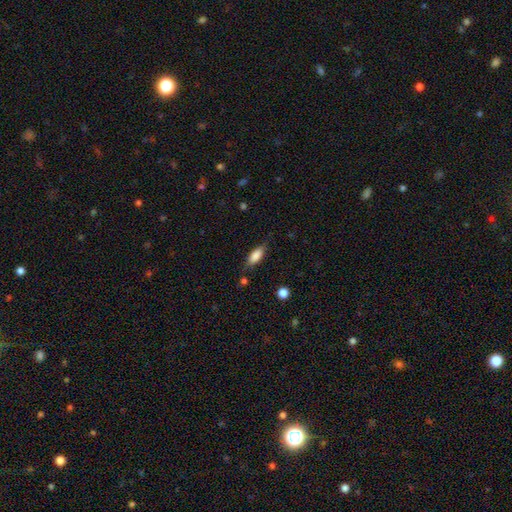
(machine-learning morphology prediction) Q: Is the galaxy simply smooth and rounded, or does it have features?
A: smooth — 79%.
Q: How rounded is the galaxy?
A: in between — 75%.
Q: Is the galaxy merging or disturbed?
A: none — 73%.